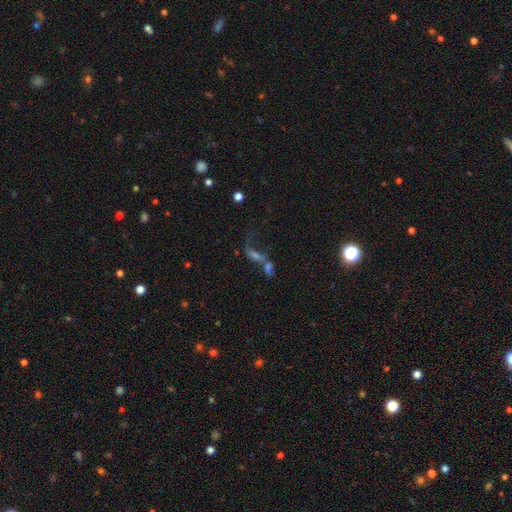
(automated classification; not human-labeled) The model was most divided on "smooth or featured": featured or disk: 40%, smooth: 33%, star or artifact: 27%. More confident: merging — merger (55%).